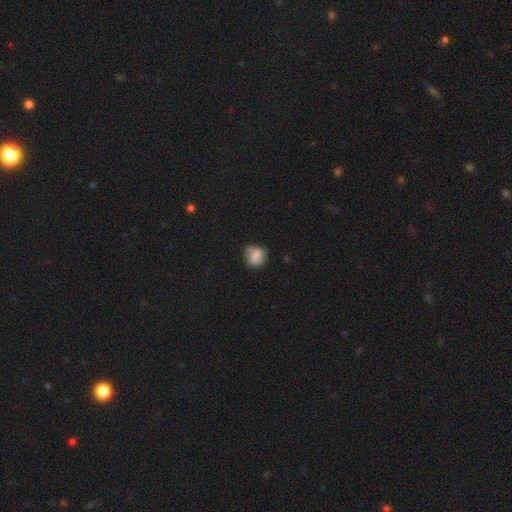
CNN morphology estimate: This appears to be a smooth galaxy with no disk features (61%) that is round (63%). Merging: none (53%).